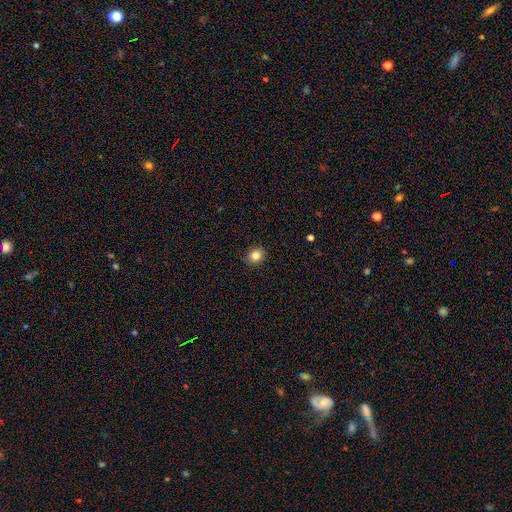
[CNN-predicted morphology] Smooth or featured? smooth (84%)
How rounded? round (79%)
Merging? none (89%)